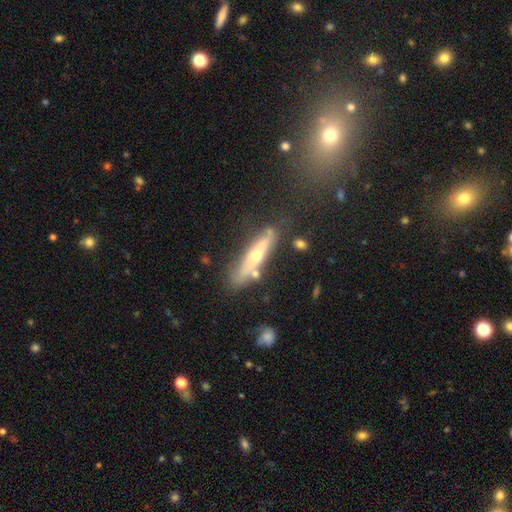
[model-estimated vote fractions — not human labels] smooth-or-featured: featured or disk: 55% | smooth: 38% | star or artifact: 7%
  disk-edge-on: yes: 84% | no: 16%
  merging: none: 71% | minor disturbance: 16% | merger: 8% | major disturbance: 4%